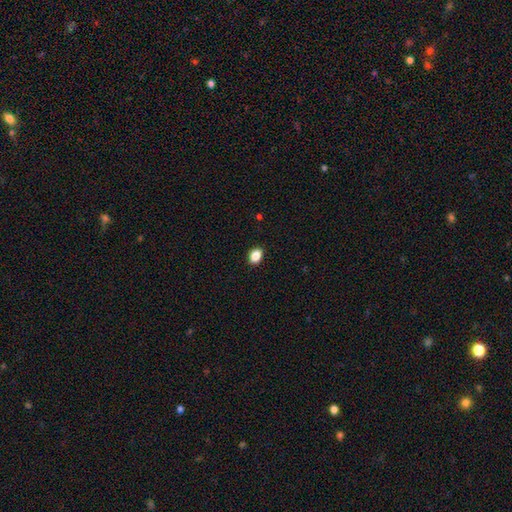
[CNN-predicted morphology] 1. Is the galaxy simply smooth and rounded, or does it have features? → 88% smooth, 9% star or artifact, 3% featured or disk.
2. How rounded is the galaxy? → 72% in between, 26% round, 1% cigar-shaped.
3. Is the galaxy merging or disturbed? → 89% none, 8% minor disturbance, 2% major disturbance, 1% merger.